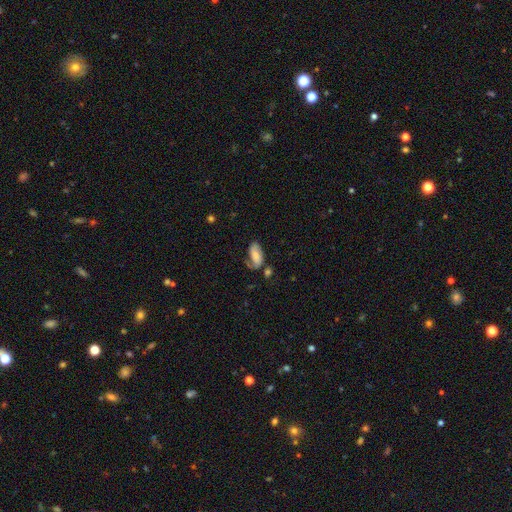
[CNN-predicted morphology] Smooth or featured?
  - smooth: 56% *
  - featured or disk: 36%
  - star or artifact: 8%
How rounded?
  - in between: 91% *
  - cigar-shaped: 6%
  - round: 3%
Merging?
  - none: 40% *
  - minor disturbance: 28%
  - major disturbance: 23%
  - merger: 9%